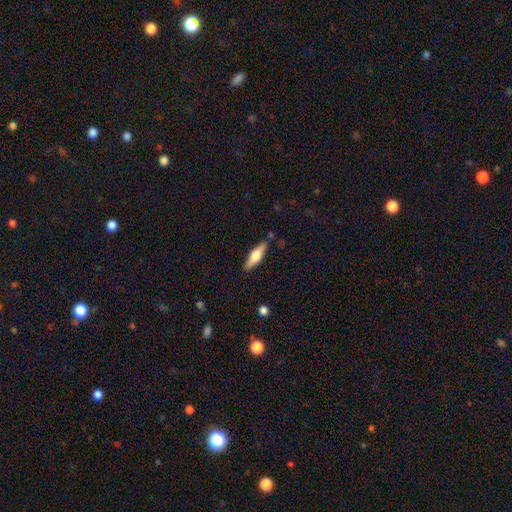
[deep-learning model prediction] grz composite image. It shows a featured or disk galaxy (49%). Merging: none (86%).